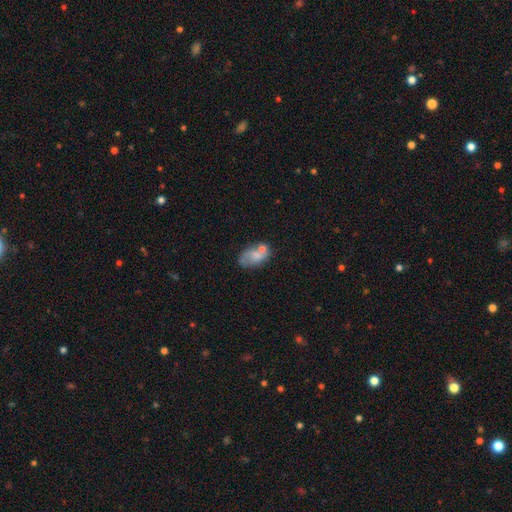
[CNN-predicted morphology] Smooth or featured? Predicted: smooth (p=0.60). How rounded? Predicted: in between (p=0.87). Merging? Predicted: none (p=0.40).